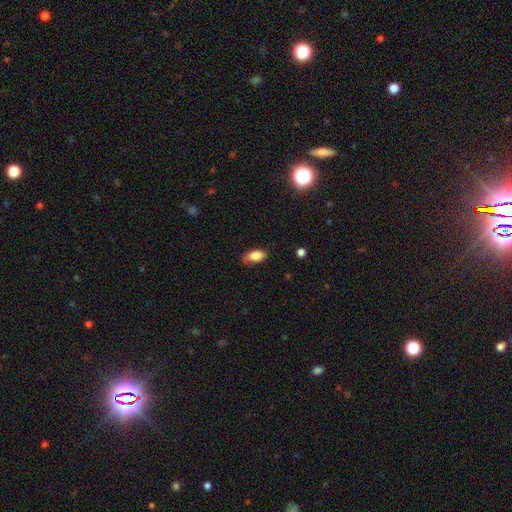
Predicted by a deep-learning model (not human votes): Smooth or featured: smooth — 82% (featured or disk — 10%)
How rounded: in between — 91% (round — 5%)
Merging: none — 69% (minor disturbance — 25%)